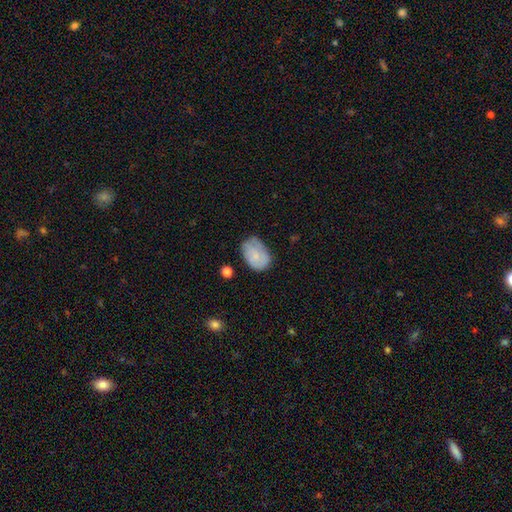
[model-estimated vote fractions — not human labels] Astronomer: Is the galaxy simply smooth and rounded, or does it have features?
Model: smooth — 65%.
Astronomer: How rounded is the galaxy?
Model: in between — 82%.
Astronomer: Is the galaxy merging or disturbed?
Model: none — 56% (runner-up: minor disturbance, 33%).